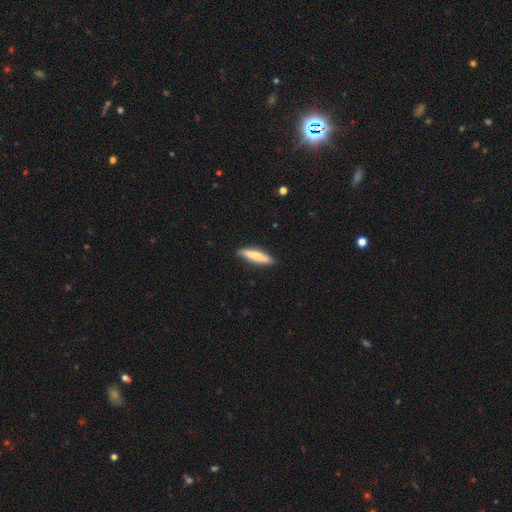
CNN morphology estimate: smooth-or-featured: smooth: 74% | featured or disk: 20% | star or artifact: 5%
  how-rounded: cigar-shaped: 83% | in between: 16% | round: 1%
  merging: none: 87% | minor disturbance: 10% | major disturbance: 2% | merger: 1%